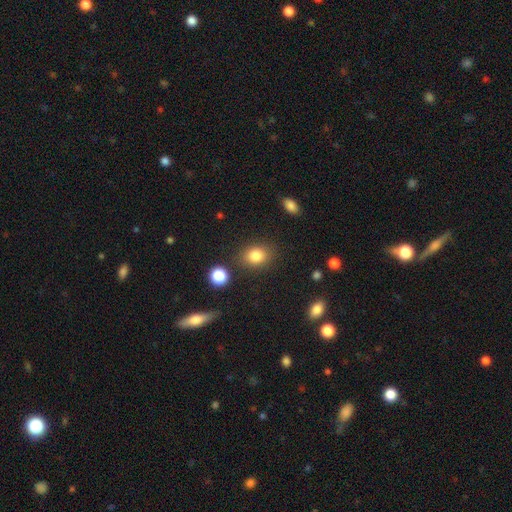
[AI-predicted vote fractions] Smooth or featured? smooth (82%)
How rounded? in between (58%)
Merging? none (82%)